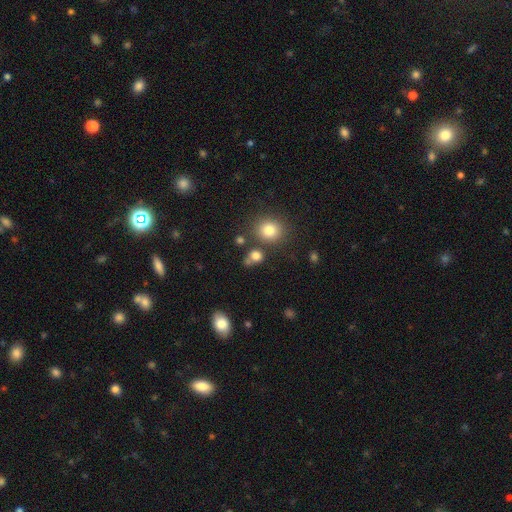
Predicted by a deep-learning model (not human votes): Smooth or featured?
  - smooth: 78% *
  - star or artifact: 15%
  - featured or disk: 7%
How rounded?
  - round: 73% *
  - in between: 25%
  - cigar-shaped: 1%
Merging?
  - none: 64% *
  - merger: 16%
  - minor disturbance: 13%
  - major disturbance: 7%